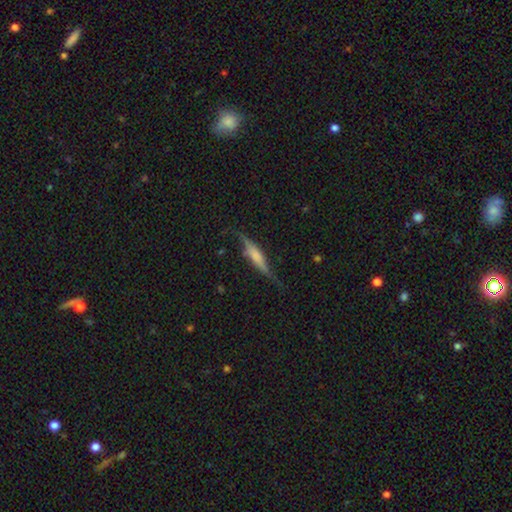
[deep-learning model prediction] A featured or disk galaxy (60%) viewed edge-on (87%) with a rounded central bulge (44%).

Vote fractions:
- Smooth or featured? featured or disk: 60% / smooth: 33% / star or artifact: 7%
- Edge-on disk? yes: 87% / no: 13%
- Edge-on bulge? rounded: 44% / boxy: 34% / none: 22%
- Merging? none: 63% / minor disturbance: 25% / major disturbance: 9% / merger: 3%